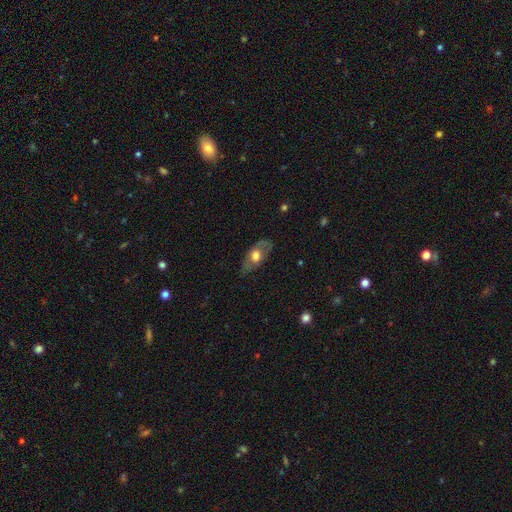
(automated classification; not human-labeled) smooth_or_featured: featured or disk (p=0.50) [alt: smooth p=0.44]
merging: none (p=0.70) [alt: minor disturbance p=0.21]